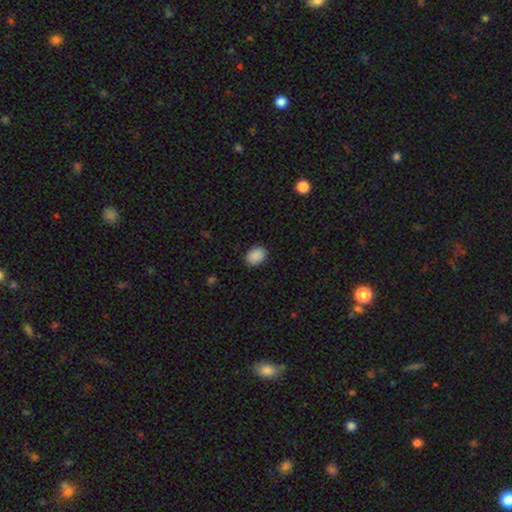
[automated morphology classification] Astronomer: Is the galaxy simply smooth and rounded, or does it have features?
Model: smooth — 89%.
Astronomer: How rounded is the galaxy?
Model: in between — 67%.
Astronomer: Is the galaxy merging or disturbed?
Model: none — 87%.